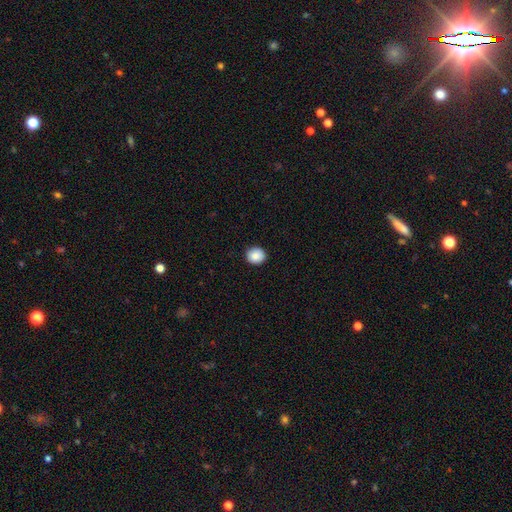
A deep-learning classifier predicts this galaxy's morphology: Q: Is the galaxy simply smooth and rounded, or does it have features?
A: smooth — 87%.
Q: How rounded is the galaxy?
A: round — 85%.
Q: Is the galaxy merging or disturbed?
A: none — 91%.